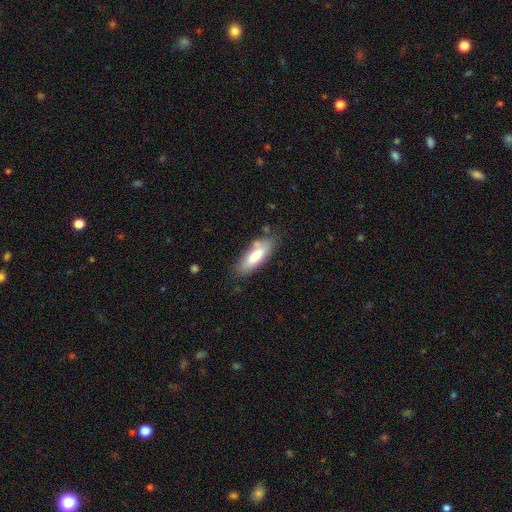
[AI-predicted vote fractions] Overall: smooth (77%). How rounded: in between (57%; cigar-shaped 42%). Merging: none (72%).